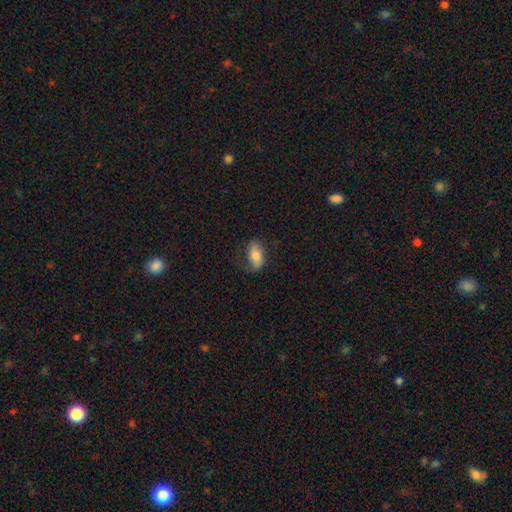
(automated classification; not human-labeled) Q: Smooth or featured?
A: smooth (65%); runner-up: featured or disk (28%)
Q: How rounded?
A: in between (91%); runner-up: round (5%)
Q: Merging?
A: none (61%); runner-up: minor disturbance (24%)